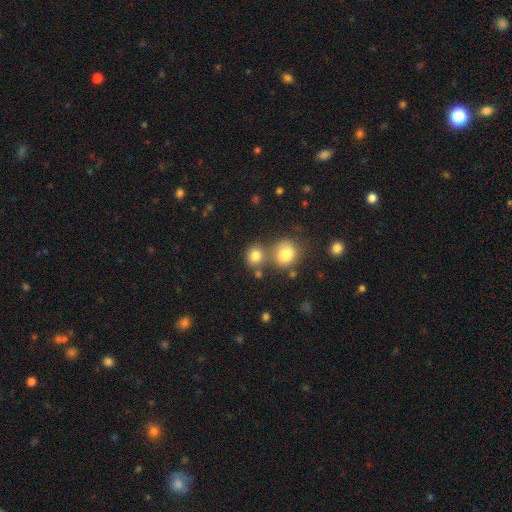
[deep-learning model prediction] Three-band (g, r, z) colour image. It shows a smooth galaxy with no disk features (80%) that is round (82%). Merging: none (57%).